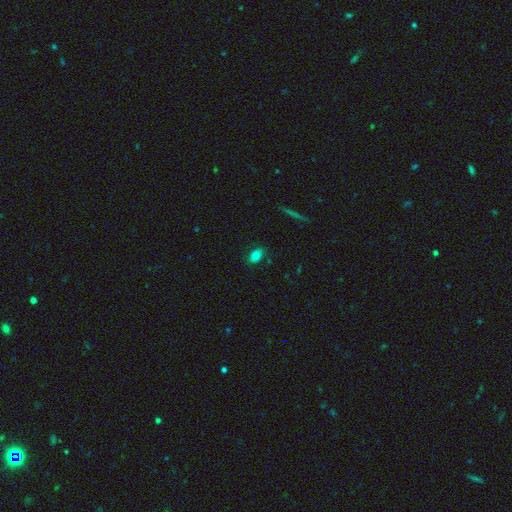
smooth 80%, featured or disk 15%, star or artifact 5%. Down the decision tree: how rounded — in between (88%); merging — none (76%).